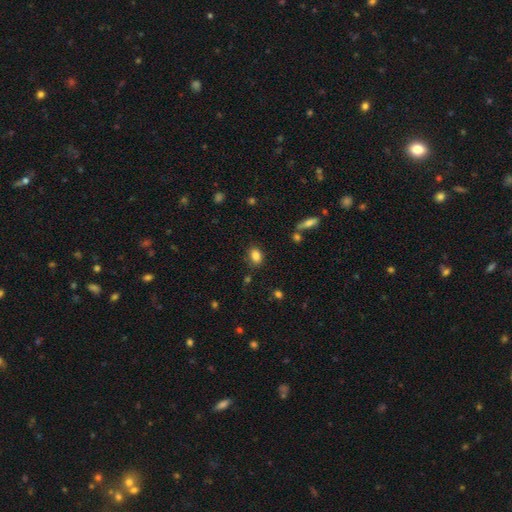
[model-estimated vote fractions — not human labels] Overall: smooth (84%). How rounded: in between (70%). Merging: none (82%).